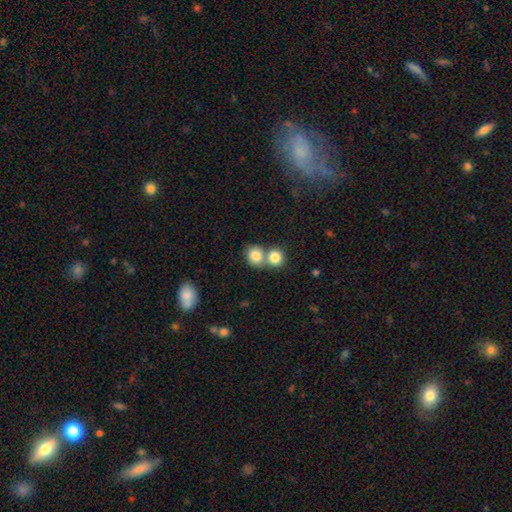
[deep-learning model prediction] The model was most divided on "merging": merger: 52%, none: 39%, minor disturbance: 7%, major disturbance: 3%. More confident: smooth or featured — smooth (83%); how rounded — round (73%).